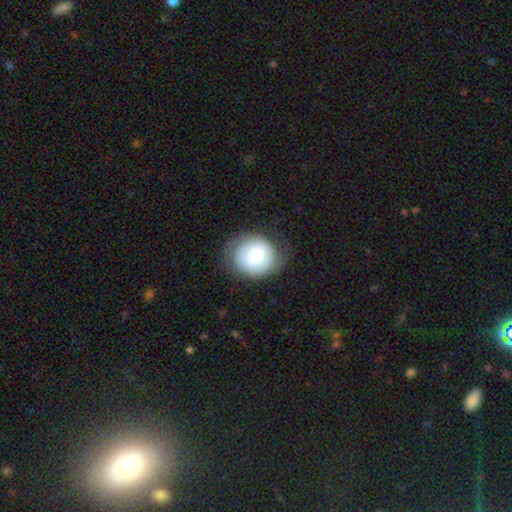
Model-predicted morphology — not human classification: smooth-or-featured: smooth: 52% | featured or disk: 41% | star or artifact: 7%
  how-rounded: round: 81% | in between: 18% | cigar-shaped: 1%
  merging: none: 73% | minor disturbance: 18% | major disturbance: 8% | merger: 1%